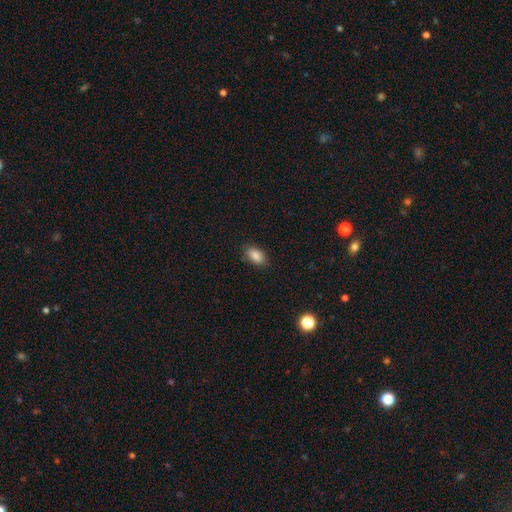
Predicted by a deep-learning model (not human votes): A smooth galaxy with no disk features (87%) that is in between round and cigar-shaped (91%).

Vote fractions:
- Smooth or featured? smooth: 87% / star or artifact: 8% / featured or disk: 5%
- How rounded? in between: 91% / round: 7% / cigar-shaped: 3%
- Merging? none: 85% / minor disturbance: 11% / major disturbance: 3% / merger: 1%